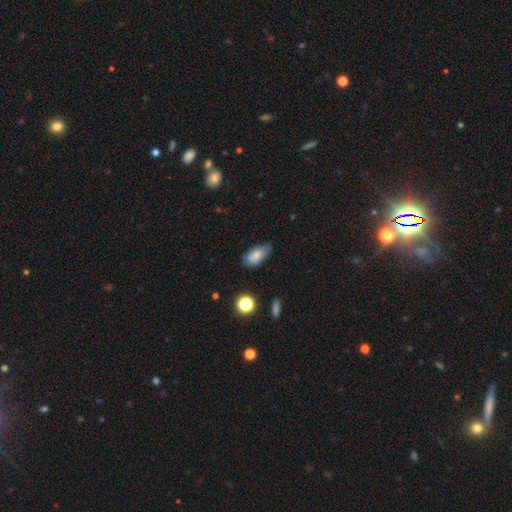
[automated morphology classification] Overall: smooth (75%). How rounded: in between (88%). Merging: none (62%; minor disturbance 29%).